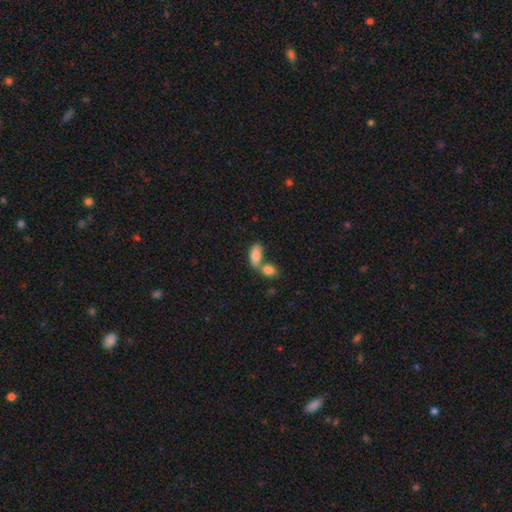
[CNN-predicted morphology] smooth-or-featured: smooth: 85% | featured or disk: 9% | star or artifact: 7%
  how-rounded: in between: 89% | cigar-shaped: 7% | round: 4%
  merging: merger: 54% | none: 33% | minor disturbance: 9% | major disturbance: 4%